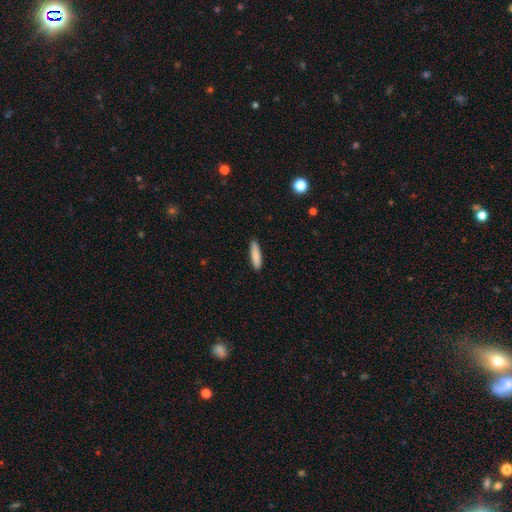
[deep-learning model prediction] A smooth galaxy with no disk features (86%) that is cigar-shaped (77%). Merging: none (89%).